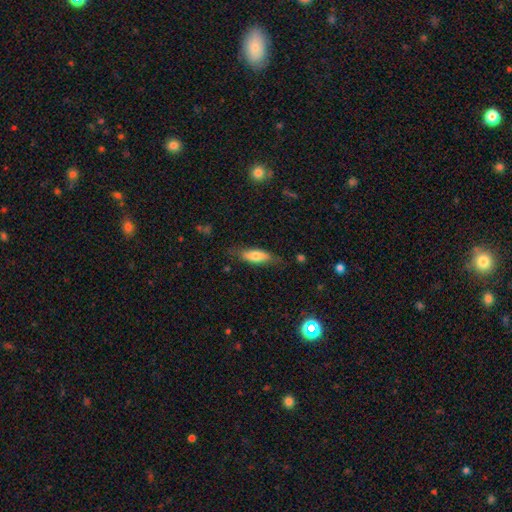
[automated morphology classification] smooth-or-featured: smooth: 72% | featured or disk: 22% | star or artifact: 6%
  how-rounded: in between: 62% | cigar-shaped: 36% | round: 2%
  merging: none: 71% | minor disturbance: 21% | major disturbance: 6% | merger: 2%